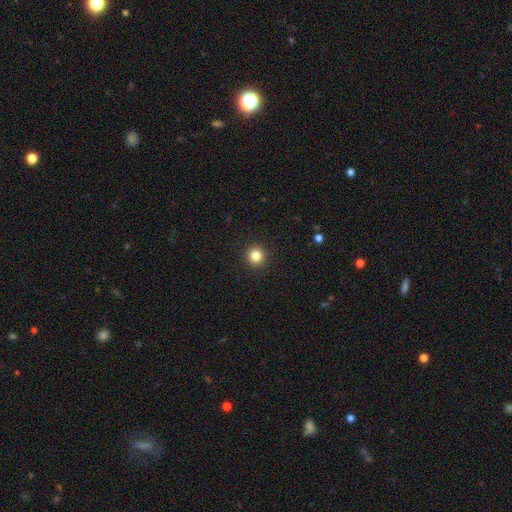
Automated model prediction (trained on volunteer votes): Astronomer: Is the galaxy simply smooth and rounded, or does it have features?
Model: smooth — 84%.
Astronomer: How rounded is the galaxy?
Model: round — 95%.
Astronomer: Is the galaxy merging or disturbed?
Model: none — 93%.